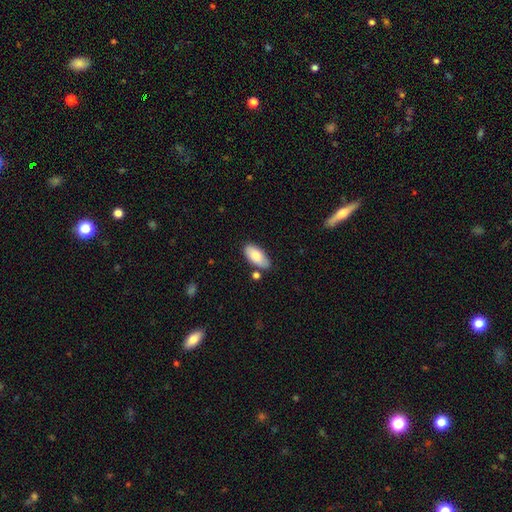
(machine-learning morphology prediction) The model was most divided on "merging": none: 77%, minor disturbance: 14%, merger: 6%, major disturbance: 3%. More confident: how rounded — in between (92%); smooth or featured — smooth (79%).